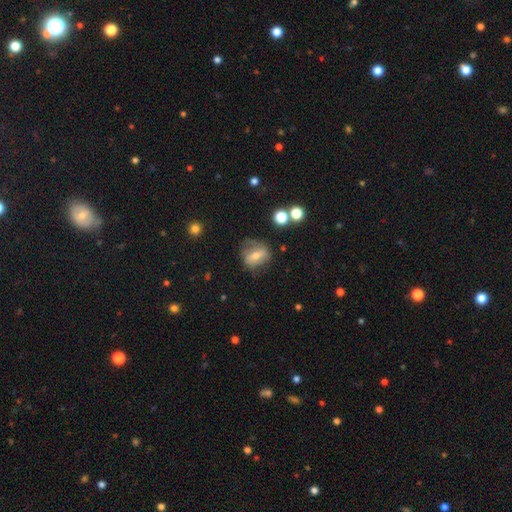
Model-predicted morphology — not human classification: This is possibly a featured or disk galaxy (45%, tied with smooth). Merging: possibly none (55%).